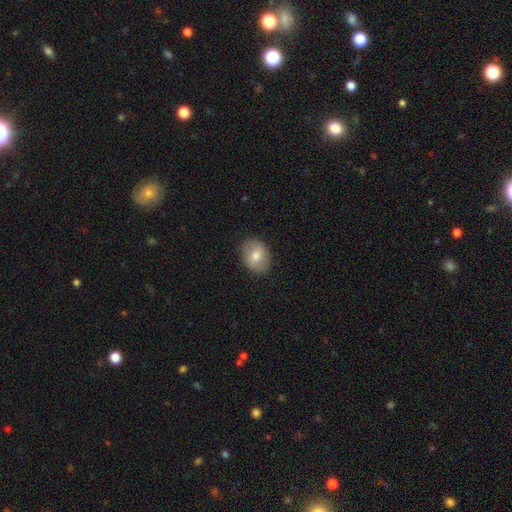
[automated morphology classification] A smooth galaxy with no disk features (70%) that is in between round and cigar-shaped (59%). Merging: none (87%).